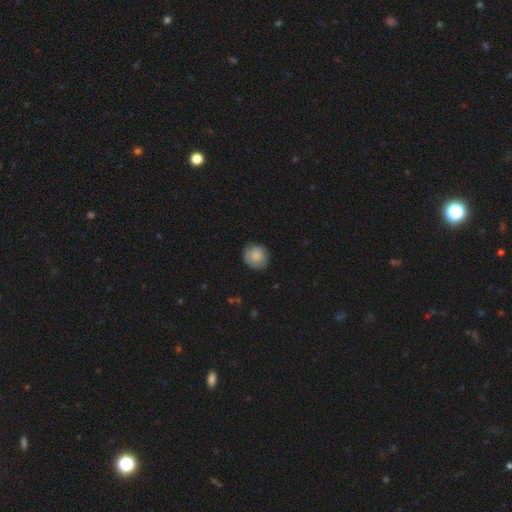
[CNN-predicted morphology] Overall: smooth (82%). How rounded: round (89%). Merging: none (78%).